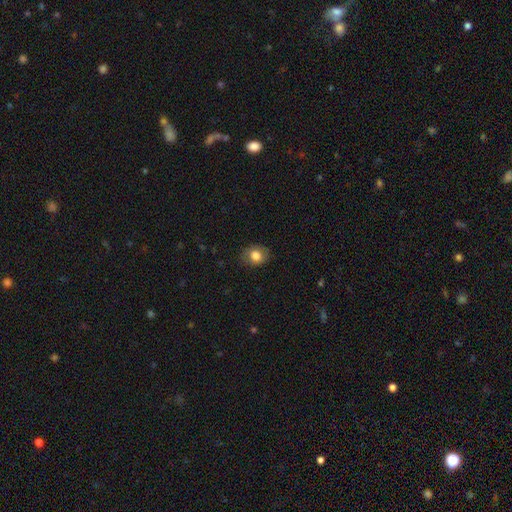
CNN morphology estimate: A smooth galaxy with no disk features (80%) that is in between round and cigar-shaped (57%).

Vote fractions:
- Smooth or featured? smooth: 80% / featured or disk: 12% / star or artifact: 8%
- How rounded? in between: 57% / round: 42% / cigar-shaped: 1%
- Merging? none: 81% / minor disturbance: 14% / major disturbance: 4% / merger: 1%